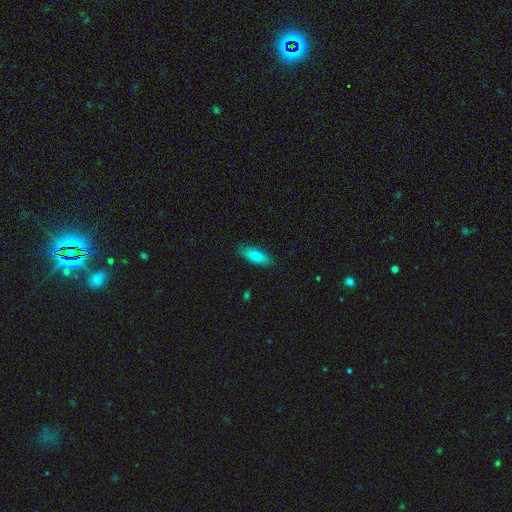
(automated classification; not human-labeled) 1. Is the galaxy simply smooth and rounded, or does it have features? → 71% smooth, 22% featured or disk, 7% star or artifact.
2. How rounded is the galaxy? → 72% in between, 25% cigar-shaped, 3% round.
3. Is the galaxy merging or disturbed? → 87% none, 10% minor disturbance, 2% major disturbance, 1% merger.